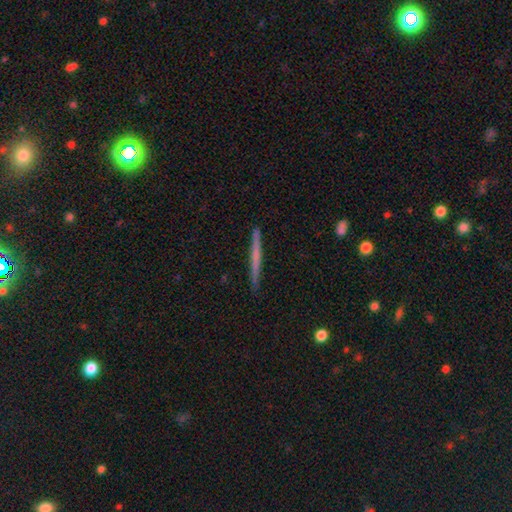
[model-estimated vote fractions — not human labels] Smooth or featured? smooth (47%, tied with featured or disk)
Merging? none (91%)